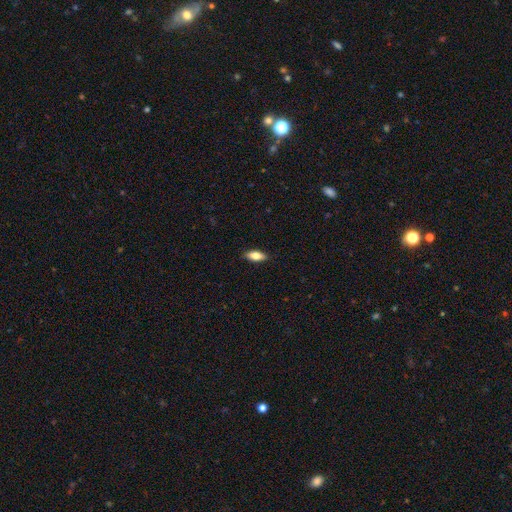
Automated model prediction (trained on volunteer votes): smooth_or_featured: smooth (p=0.76) [alt: featured or disk p=0.18]
how_rounded: in between (p=0.79) [alt: cigar-shaped p=0.18]
merging: none (p=0.87) [alt: minor disturbance p=0.10]